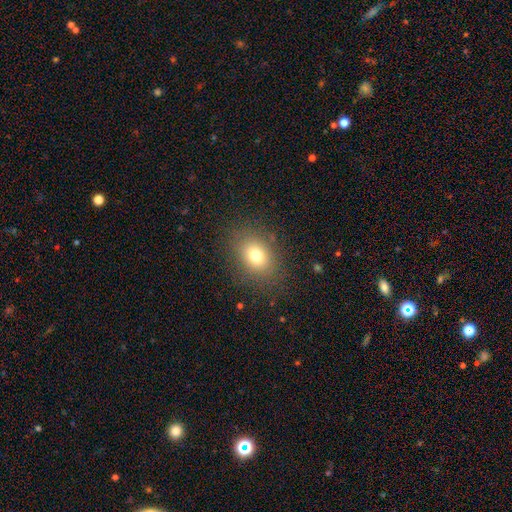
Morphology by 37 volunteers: A smooth galaxy with no disk features (86%) that is in between round and cigar-shaped (72%).

Vote fractions:
- Smooth or featured? smooth: 86% / star or artifact: 8% / featured or disk: 5%
- How rounded? in between: 72% / round: 28% / cigar-shaped: 0%
- Merging? none: 82% / minor disturbance: 15% / major disturbance: 3% / merger: 0%